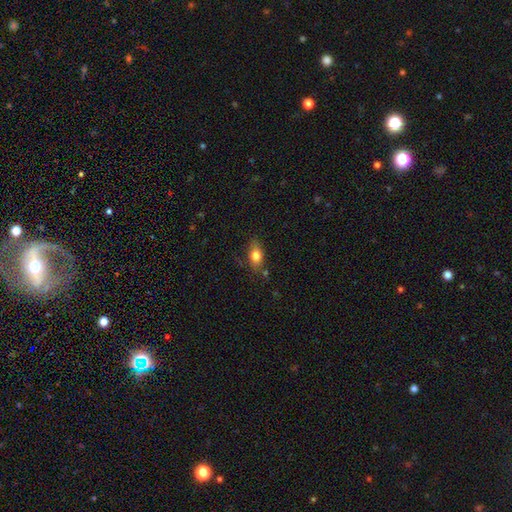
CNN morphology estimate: The model was most divided on "merging": none: 71%, minor disturbance: 20%, major disturbance: 5%, merger: 4%. More confident: how rounded — in between (82%); smooth or featured — smooth (79%).